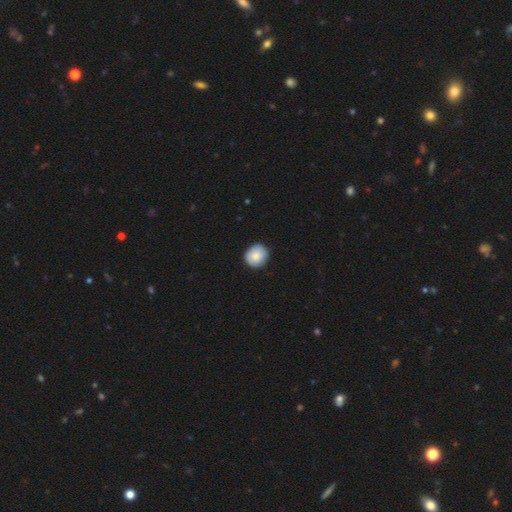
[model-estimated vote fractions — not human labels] The model was most divided on "how rounded": round: 81%, in between: 18%, cigar-shaped: 1%. More confident: merging — none (88%); smooth or featured — smooth (85%).